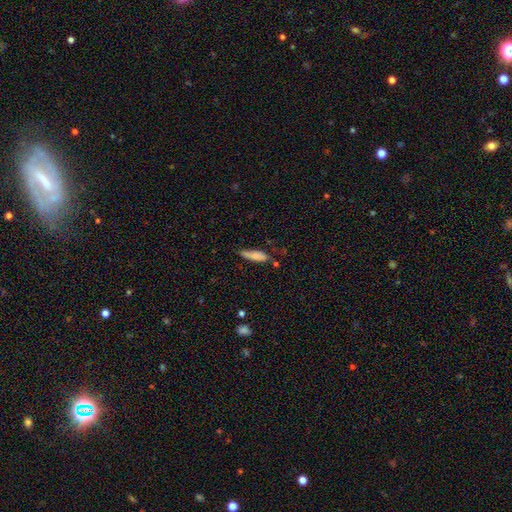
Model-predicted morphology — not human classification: This appears to be a smooth galaxy with no disk features (79%) that is cigar-shaped (54%). Merging: none (56%).